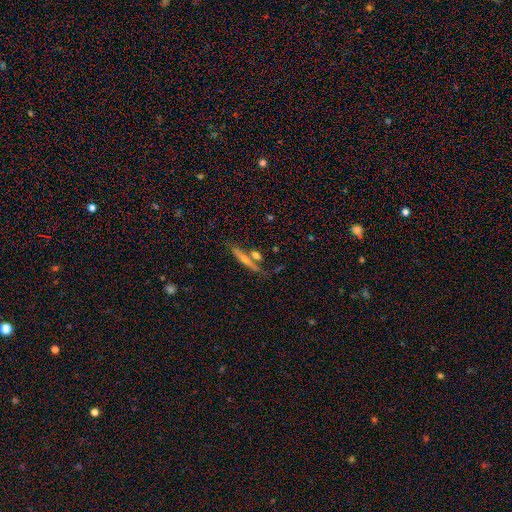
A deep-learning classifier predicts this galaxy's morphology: Overall: featured or disk (47%; smooth 44%). Merging: none (62%; merger 22%).